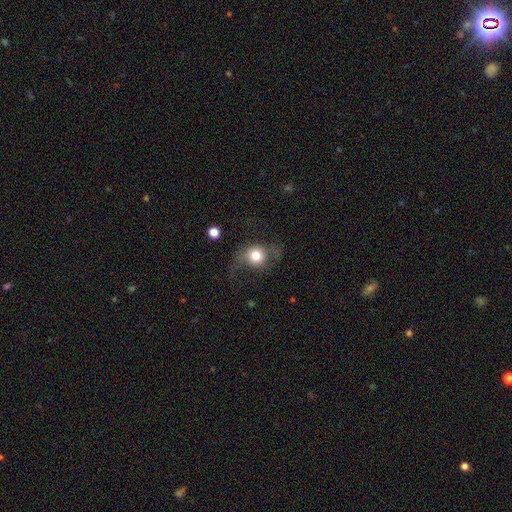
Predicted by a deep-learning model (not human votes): A smooth galaxy with no disk features (66%) that is round (76%). Merging: none (49%).